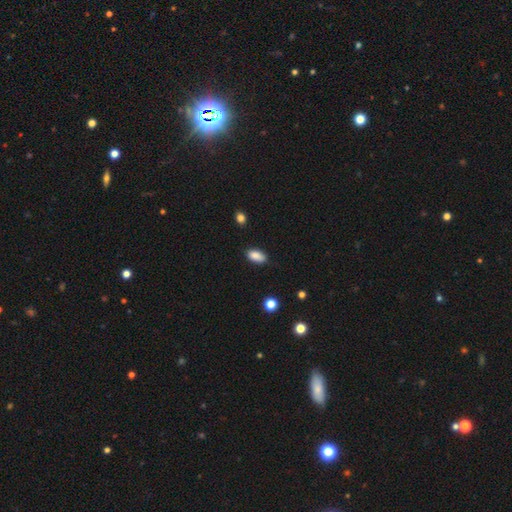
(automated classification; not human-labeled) A smooth galaxy with no disk features (87%) that is in between round and cigar-shaped (91%). Merging: none (82%).